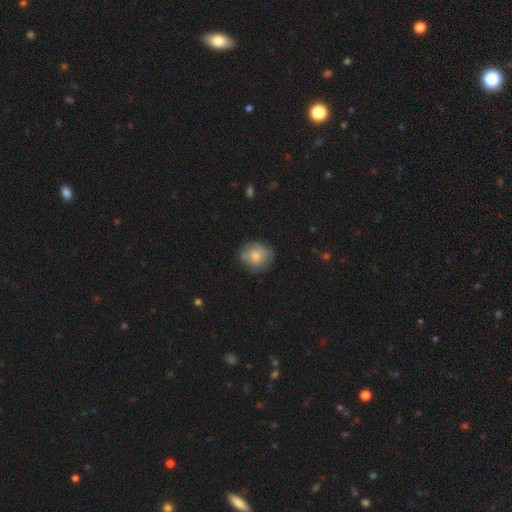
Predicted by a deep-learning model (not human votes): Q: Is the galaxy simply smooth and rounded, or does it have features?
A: smooth — 76%.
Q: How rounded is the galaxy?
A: round — 75%.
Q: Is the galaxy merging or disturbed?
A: none — 72%.